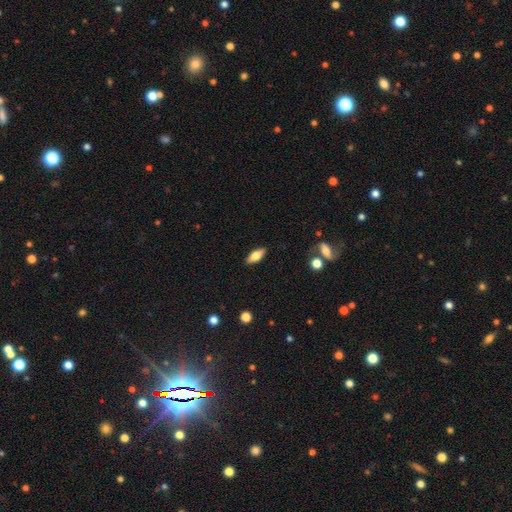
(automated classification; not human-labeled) Morphology: type=smooth (67%); roundness=in between (75%); merging=none (88%).